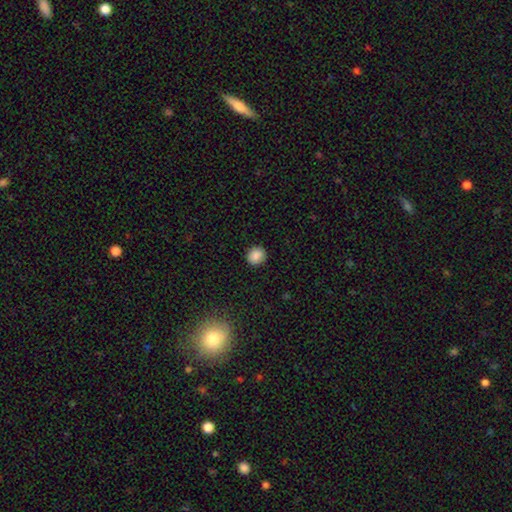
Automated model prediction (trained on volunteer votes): Overall: smooth (87%). How rounded: round (81%). Merging: none (90%).